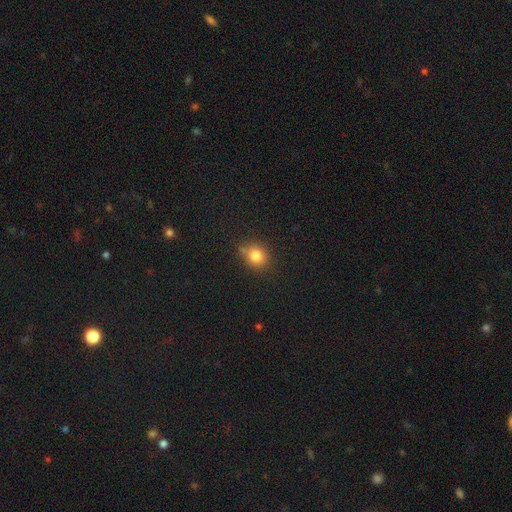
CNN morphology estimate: The model was most divided on "how rounded": round: 72%, in between: 27%, cigar-shaped: 1%. More confident: smooth or featured — smooth (81%); merging — none (72%).